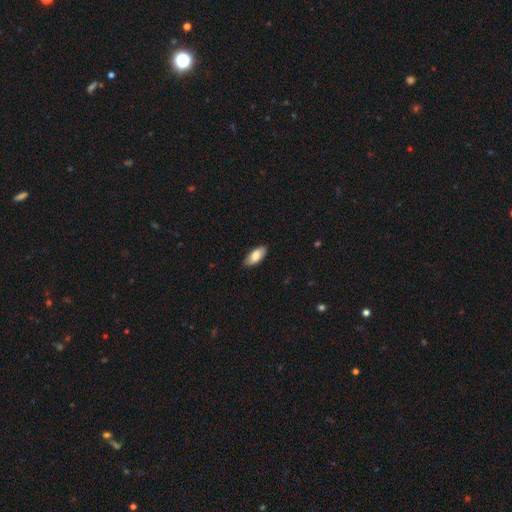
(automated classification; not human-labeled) Overall: smooth (80%). How rounded: in between (88%). Merging: none (84%).